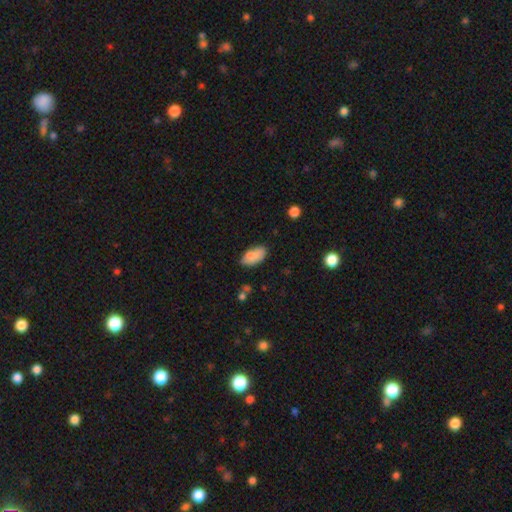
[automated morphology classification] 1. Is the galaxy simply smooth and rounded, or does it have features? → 81% smooth, 11% featured or disk, 8% star or artifact.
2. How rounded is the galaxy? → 93% in between, 4% cigar-shaped, 3% round.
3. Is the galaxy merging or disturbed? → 64% none, 23% minor disturbance, 8% merger, 5% major disturbance.